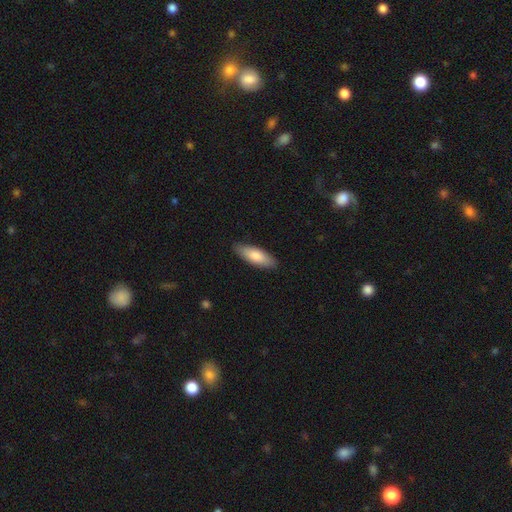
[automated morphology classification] Smooth or featured: smooth — 80% (featured or disk — 15%)
How rounded: in between — 59% (cigar-shaped — 39%)
Merging: none — 87% (minor disturbance — 10%)